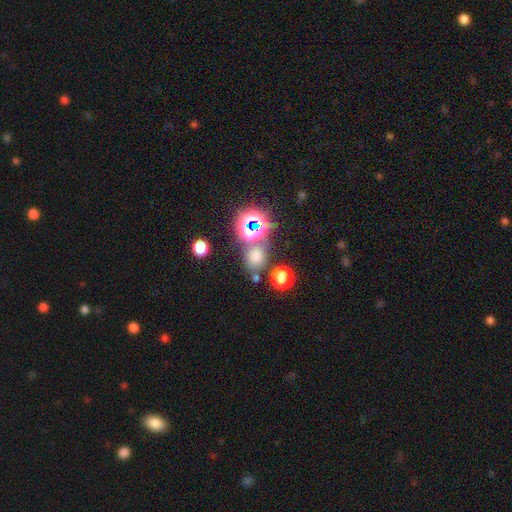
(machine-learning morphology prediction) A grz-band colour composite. It shows a smooth galaxy with no disk features (61%) that is round (67%). Merging: none (64%).